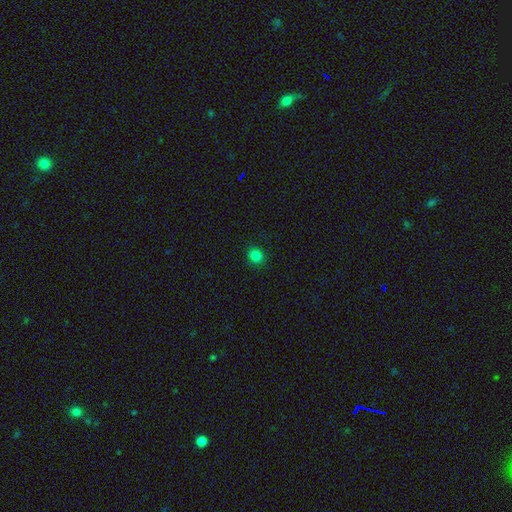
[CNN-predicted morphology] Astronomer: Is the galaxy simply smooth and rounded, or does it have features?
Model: smooth — 82%.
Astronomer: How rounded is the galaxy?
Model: round — 85%.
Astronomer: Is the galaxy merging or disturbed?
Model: none — 90%.